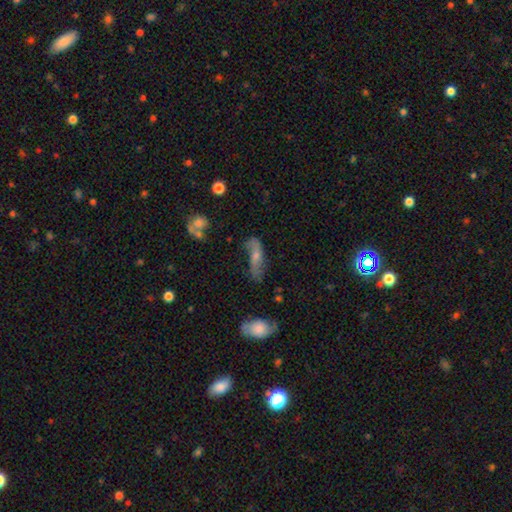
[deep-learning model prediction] Smooth or featured? featured or disk (56%)
Edge-on disk? no (78%)
Merging? none (53%)